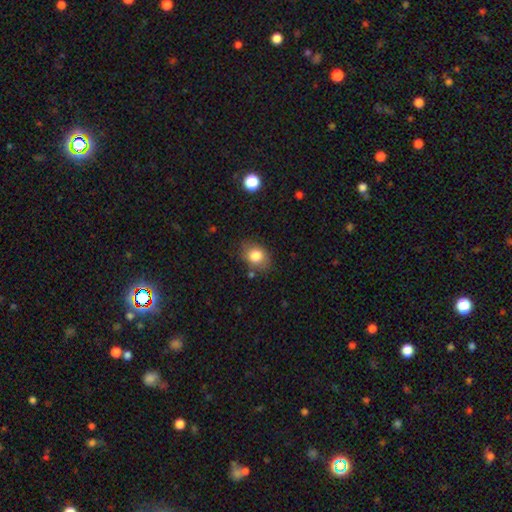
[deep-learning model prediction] Q: Smooth or featured?
A: smooth (81%); runner-up: featured or disk (10%)
Q: How rounded?
A: in between (58%); runner-up: round (41%)
Q: Merging?
A: none (75%); runner-up: minor disturbance (17%)